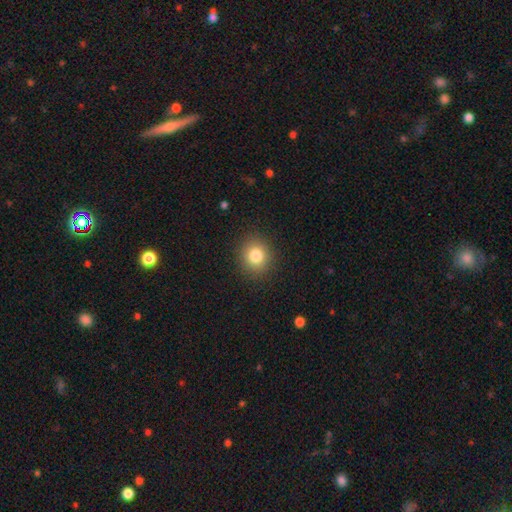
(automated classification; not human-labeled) Morphology: type=smooth (82%); roundness=round (81%); merging=none (89%).